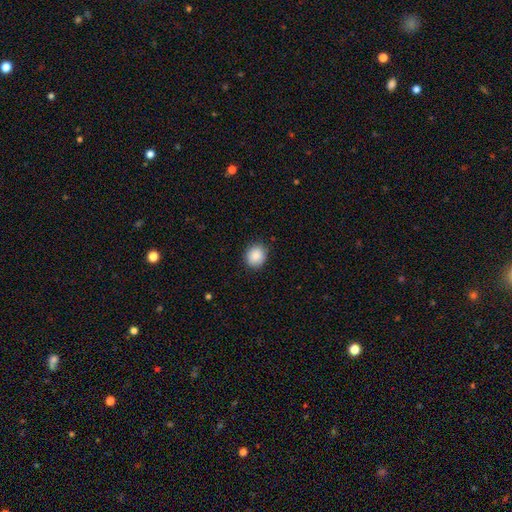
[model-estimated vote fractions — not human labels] smooth-or-featured: smooth: 89% | star or artifact: 8% | featured or disk: 3%
  how-rounded: round: 69% | in between: 30% | cigar-shaped: 1%
  merging: none: 87% | minor disturbance: 9% | major disturbance: 2% | merger: 1%